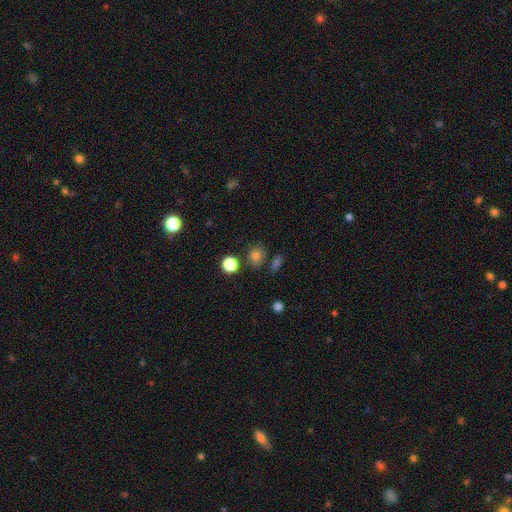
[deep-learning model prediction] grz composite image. It shows a smooth galaxy with no disk features (80%) that is round (71%). Merging: none (74%).